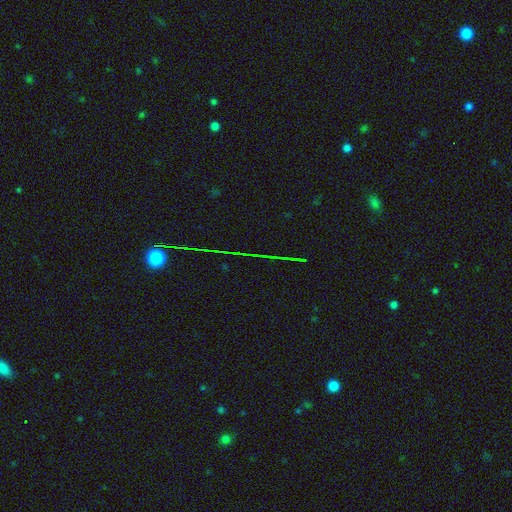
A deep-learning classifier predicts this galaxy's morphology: This is likely a star or artifact rather than a galaxy (77%).